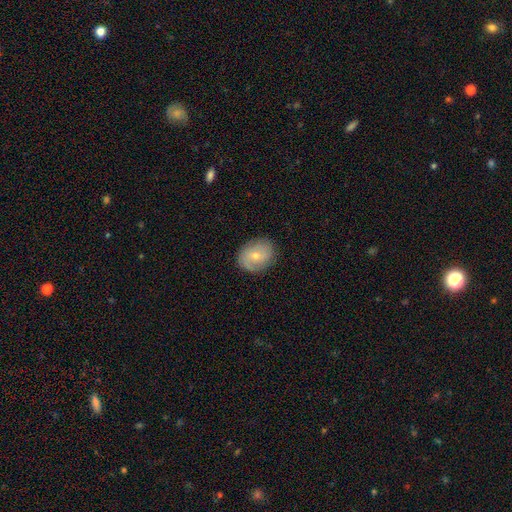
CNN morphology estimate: Smooth or featured? Predicted: smooth (p=0.47). Merging? Predicted: none (p=0.81).